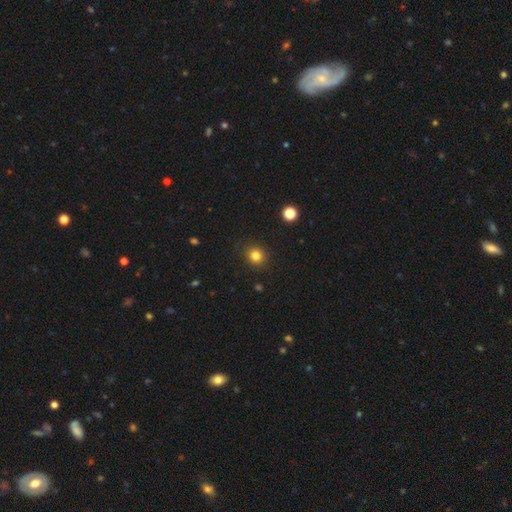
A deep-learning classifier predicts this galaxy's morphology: smooth_or_featured: smooth (p=0.82) [alt: star or artifact p=0.13]
how_rounded: round (p=0.87) [alt: in between p=0.12]
merging: none (p=0.89) [alt: minor disturbance p=0.07]